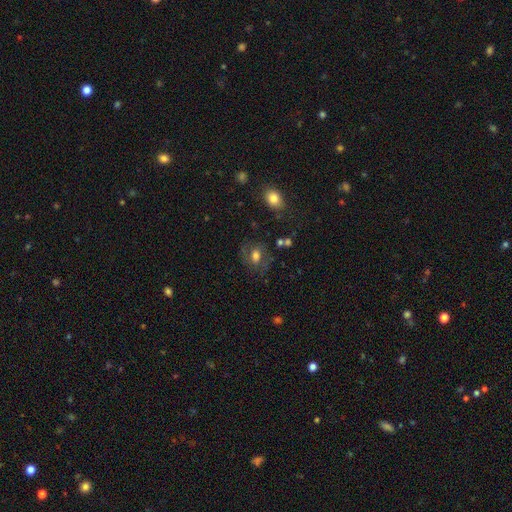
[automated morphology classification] A smooth galaxy with no disk features (55%) that is round (50%). Merging: none (69%).